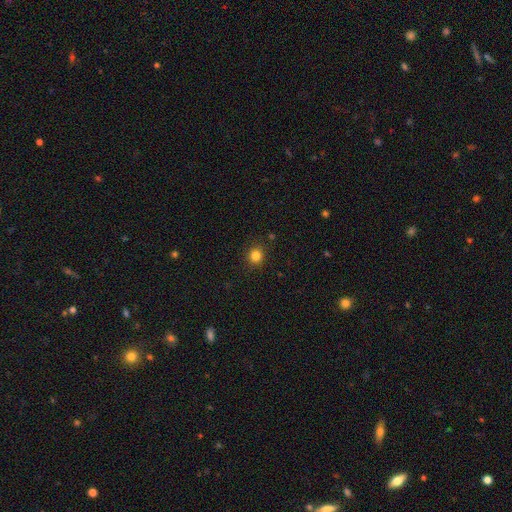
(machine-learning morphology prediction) Smooth or featured: smooth — 83% (star or artifact — 13%)
How rounded: round — 89% (in between — 10%)
Merging: none — 90% (minor disturbance — 6%)